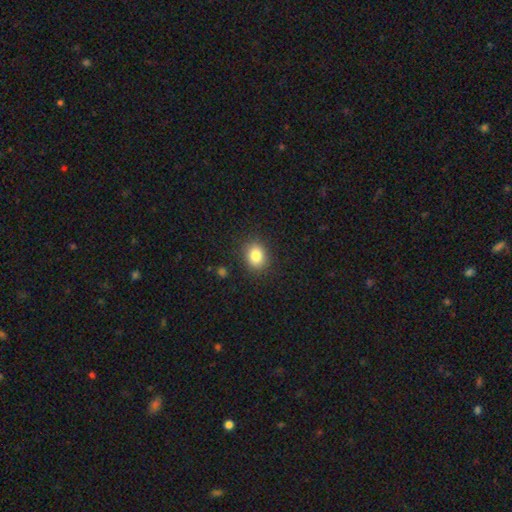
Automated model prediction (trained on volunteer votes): Q: Smooth or featured?
A: smooth (84%); runner-up: star or artifact (10%)
Q: How rounded?
A: round (56%); runner-up: in between (43%)
Q: Merging?
A: none (87%); runner-up: minor disturbance (9%)